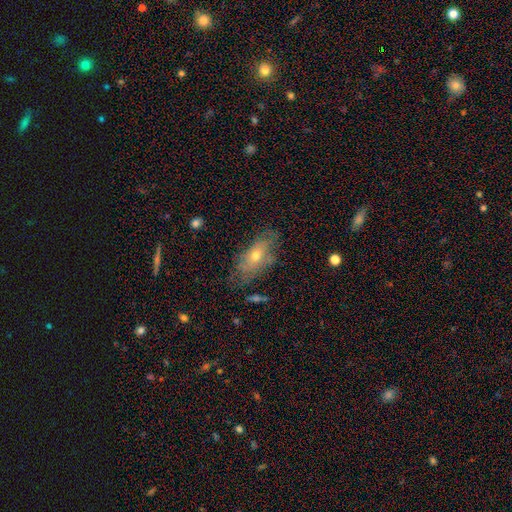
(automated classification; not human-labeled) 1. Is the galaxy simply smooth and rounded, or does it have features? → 46% smooth, 45% featured or disk, 10% star or artifact.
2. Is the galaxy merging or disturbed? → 64% none, 24% minor disturbance, 9% major disturbance, 3% merger.